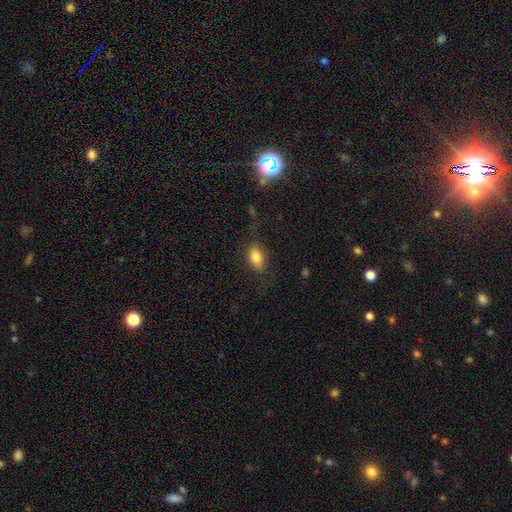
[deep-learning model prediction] smooth 80%, featured or disk 11%, star or artifact 9%. Down the decision tree: how rounded — in between (87%); merging — none (76%).